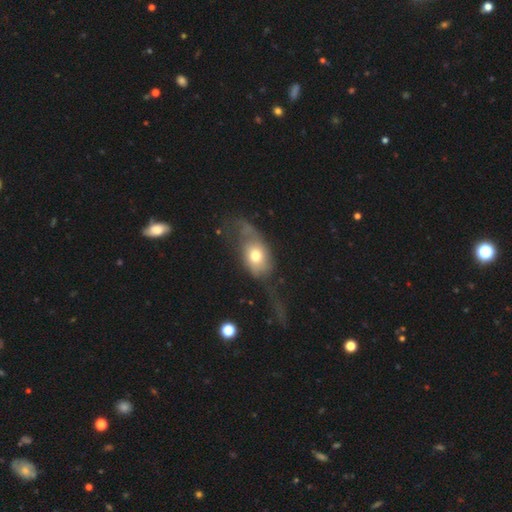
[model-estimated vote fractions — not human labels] smooth_or_featured: smooth (p=0.56) [alt: featured or disk p=0.36]
how_rounded: in between (p=0.77) [alt: round p=0.19]
merging: major disturbance (p=0.50) [alt: none p=0.25]